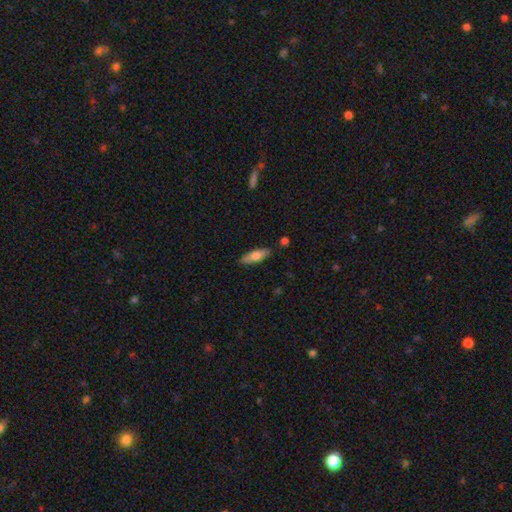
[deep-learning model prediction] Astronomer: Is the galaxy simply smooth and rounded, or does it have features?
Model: smooth — 69%.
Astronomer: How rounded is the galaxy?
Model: in between — 52% (runner-up: cigar-shaped, 46%).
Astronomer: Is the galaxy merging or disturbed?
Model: none — 83%.